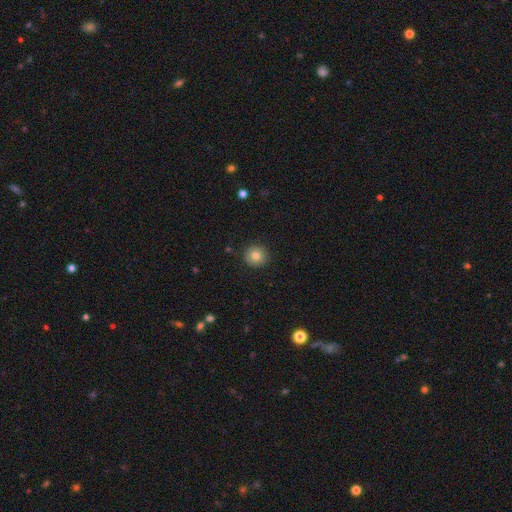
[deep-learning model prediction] Q: Smooth or featured?
A: smooth (79%); runner-up: featured or disk (11%)
Q: How rounded?
A: round (94%); runner-up: in between (5%)
Q: Merging?
A: none (90%); runner-up: minor disturbance (7%)